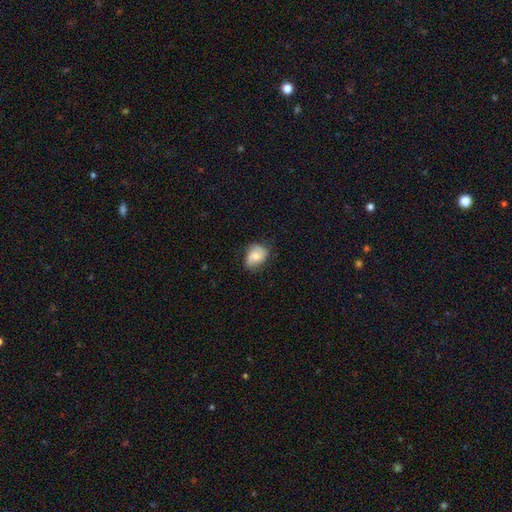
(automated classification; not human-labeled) Morphology: type=smooth (55%); roundness=in between (59%); merging=none (60%).